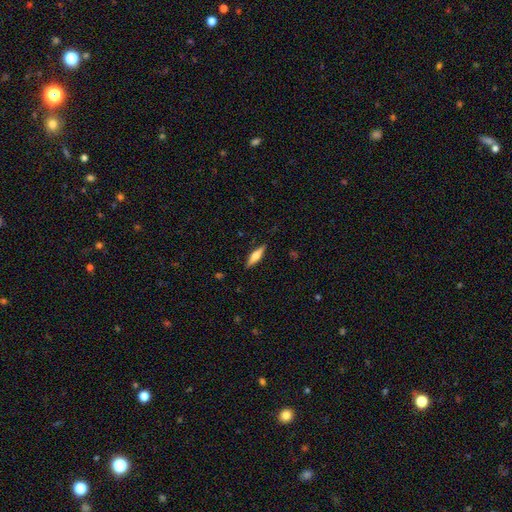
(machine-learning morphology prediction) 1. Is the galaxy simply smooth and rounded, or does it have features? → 47% featured or disk (tied), 47% smooth (tied), 6% star or artifact.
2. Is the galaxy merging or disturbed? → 88% none, 9% minor disturbance, 2% major disturbance, 1% merger.